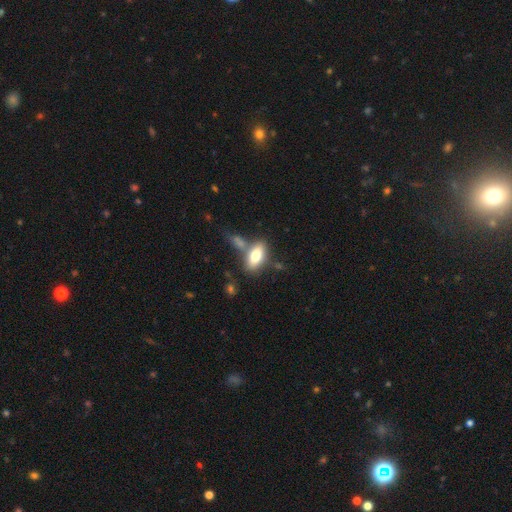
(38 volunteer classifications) Smooth or featured? 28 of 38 (74%) said smooth. How rounded? 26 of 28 (93%) said in between. Merging? 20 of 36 (56%) said none.